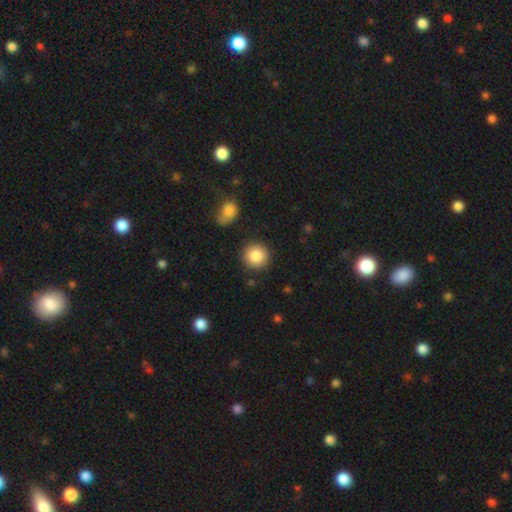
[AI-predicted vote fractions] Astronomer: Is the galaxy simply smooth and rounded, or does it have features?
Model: smooth — 87%.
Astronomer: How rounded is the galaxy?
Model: round — 94%.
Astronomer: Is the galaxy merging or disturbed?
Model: none — 88%.